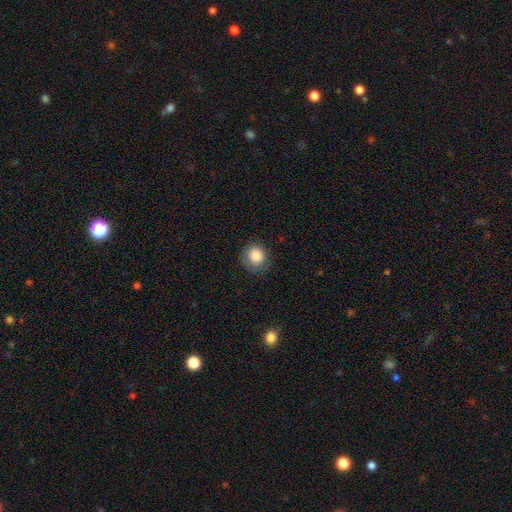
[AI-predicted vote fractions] Smooth or featured: smooth — 85% (star or artifact — 9%)
How rounded: round — 86% (in between — 13%)
Merging: none — 79% (minor disturbance — 15%)